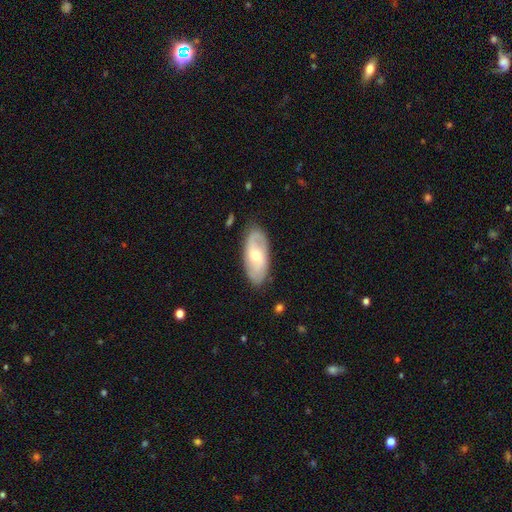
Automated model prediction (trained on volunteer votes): Smooth or featured? featured or disk (63%)
Edge-on disk? no (90%)
Bar? no (48%)
Spiral arms? yes (80%)
Bulge size? moderate (58%)
Merging? none (83%)